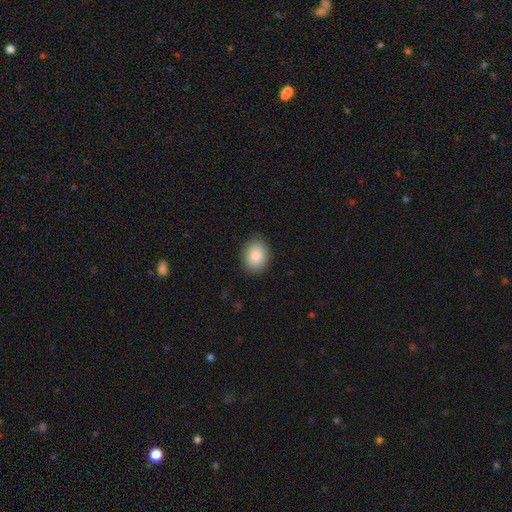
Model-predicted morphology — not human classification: Smooth or featured? Predicted: smooth (p=0.87). How rounded? Predicted: in between (p=0.60). Merging? Predicted: none (p=0.88).